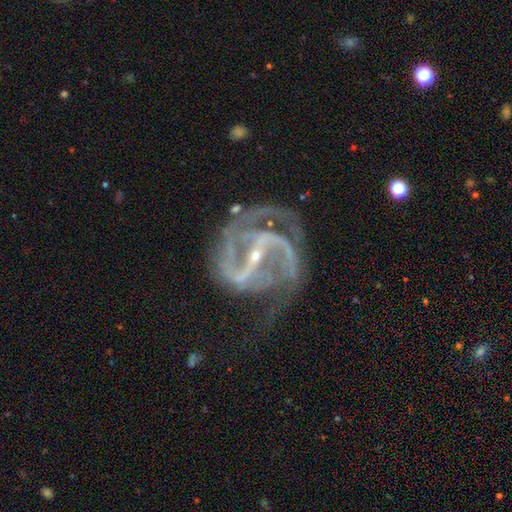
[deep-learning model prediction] featured or disk 93%, star or artifact 5%, smooth 2%. Down the decision tree: edge-on disk — no (97%); bar — strong (75%); spiral arms — yes (98%); spiral arm count — 2 (69%); spiral winding — medium (57%); bulge size — small (82%); merging — none (53%).